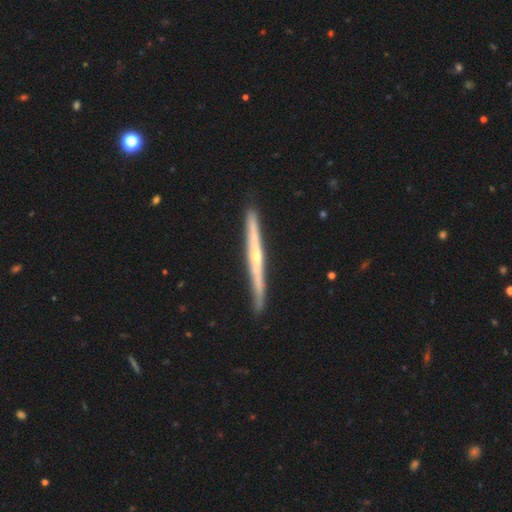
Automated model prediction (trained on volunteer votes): Morphology: type=featured or disk (78%); edge-on=yes (97%); edge-on bulge=rounded (70%); merging=none (90%).